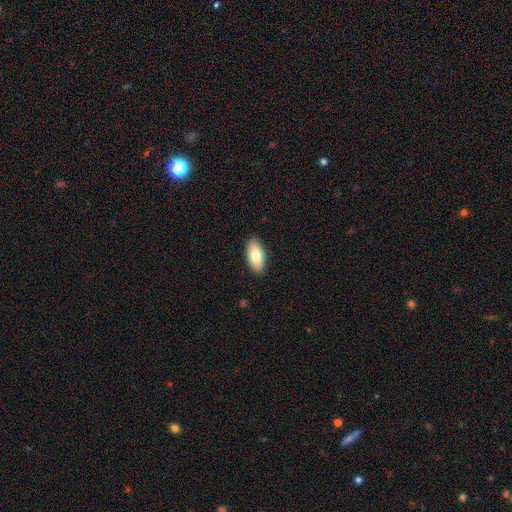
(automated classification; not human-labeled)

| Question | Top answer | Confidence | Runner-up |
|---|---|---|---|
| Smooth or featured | smooth | 81% | featured or disk (13%) |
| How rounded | in between | 93% | cigar-shaped (4%) |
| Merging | none | 89% | minor disturbance (9%) |